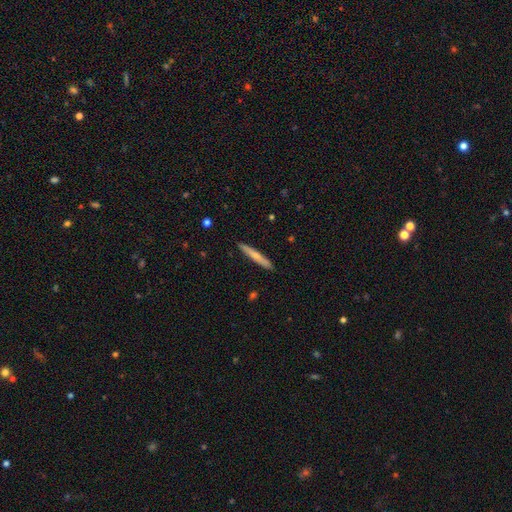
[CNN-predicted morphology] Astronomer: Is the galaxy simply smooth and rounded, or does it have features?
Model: smooth — 64%.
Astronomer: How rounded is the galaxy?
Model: cigar-shaped — 96%.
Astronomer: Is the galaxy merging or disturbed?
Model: none — 91%.